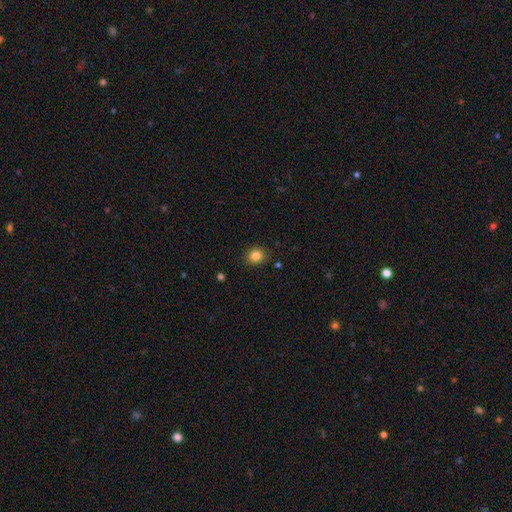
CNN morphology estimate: Q: Smooth or featured?
A: smooth (84%); runner-up: star or artifact (11%)
Q: How rounded?
A: round (77%); runner-up: in between (22%)
Q: Merging?
A: none (88%); runner-up: minor disturbance (9%)